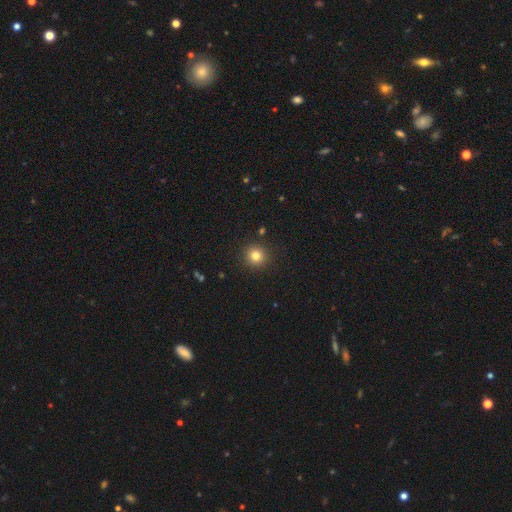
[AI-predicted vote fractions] smooth-or-featured: smooth: 82% | star or artifact: 13% | featured or disk: 6%
  how-rounded: round: 93% | in between: 6% | cigar-shaped: 1%
  merging: none: 91% | minor disturbance: 6% | major disturbance: 2% | merger: 1%